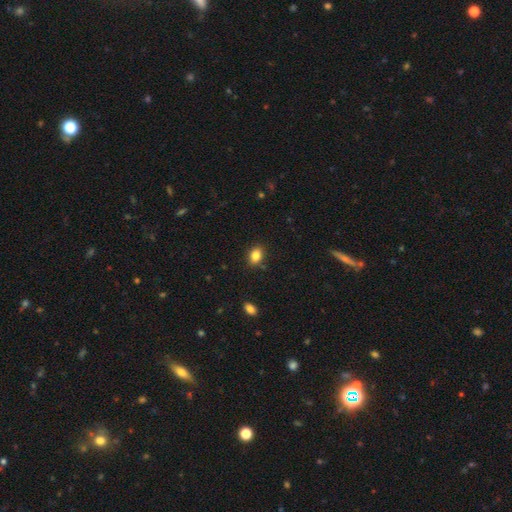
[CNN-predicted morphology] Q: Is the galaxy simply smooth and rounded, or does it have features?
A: smooth — 85%.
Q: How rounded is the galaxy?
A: in between — 68%.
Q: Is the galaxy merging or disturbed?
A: none — 87%.